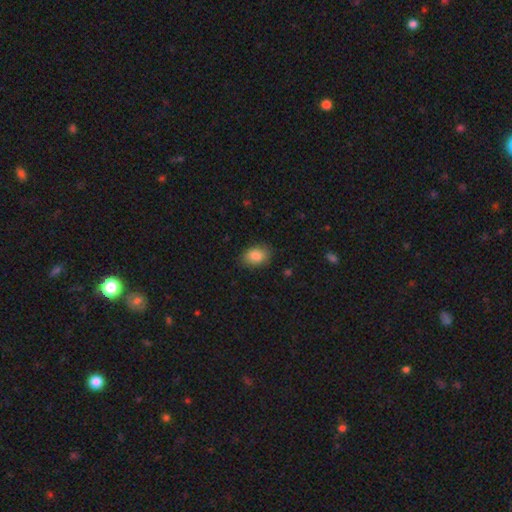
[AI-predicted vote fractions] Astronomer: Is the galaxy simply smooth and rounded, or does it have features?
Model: smooth — 85%.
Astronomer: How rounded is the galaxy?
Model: in between — 79%.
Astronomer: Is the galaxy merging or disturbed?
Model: none — 85%.